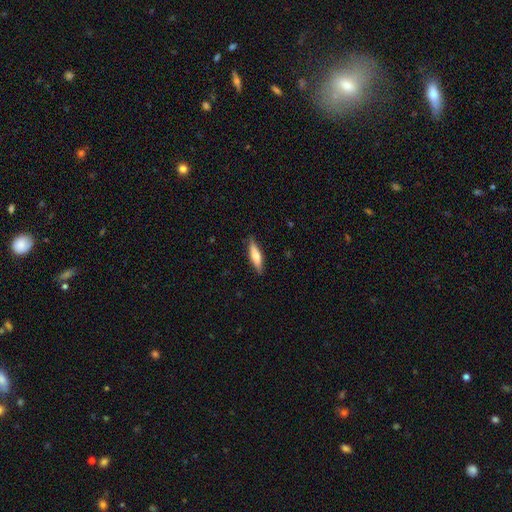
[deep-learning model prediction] Q: Smooth or featured?
A: smooth (64%); runner-up: featured or disk (30%)
Q: How rounded?
A: cigar-shaped (67%); runner-up: in between (31%)
Q: Merging?
A: none (86%); runner-up: minor disturbance (11%)